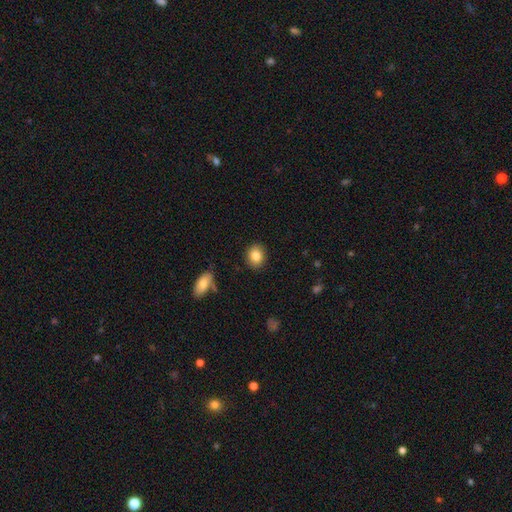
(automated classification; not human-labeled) This appears to be a smooth galaxy with no disk features (85%) that is round (57%). Merging: none (89%).